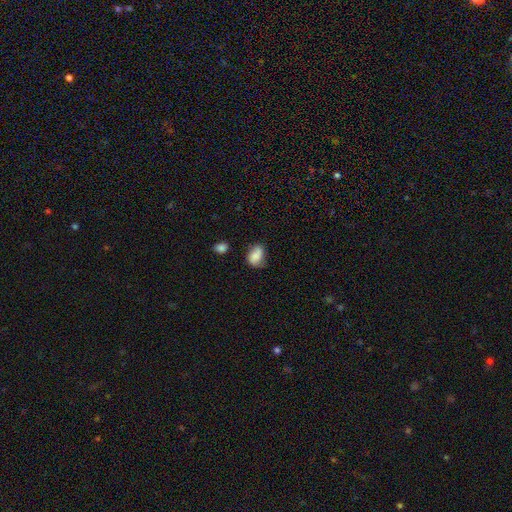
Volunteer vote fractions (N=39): A smooth galaxy with no disk features (77%) that is in between round and cigar-shaped (87%). Merging: minor disturbance (38%).